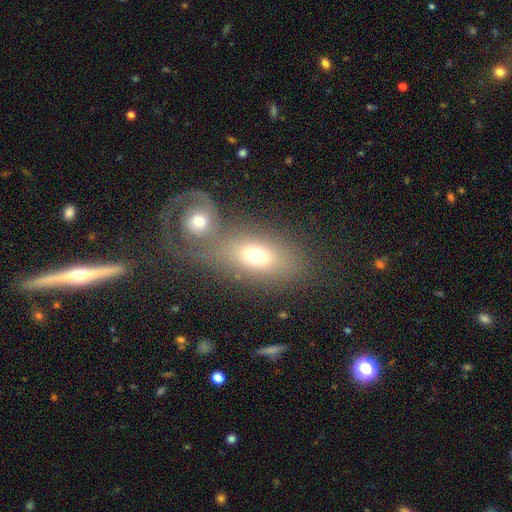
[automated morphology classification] A smooth galaxy with no disk features (62%) that is in between round and cigar-shaped (76%). Merging: merger (48%).